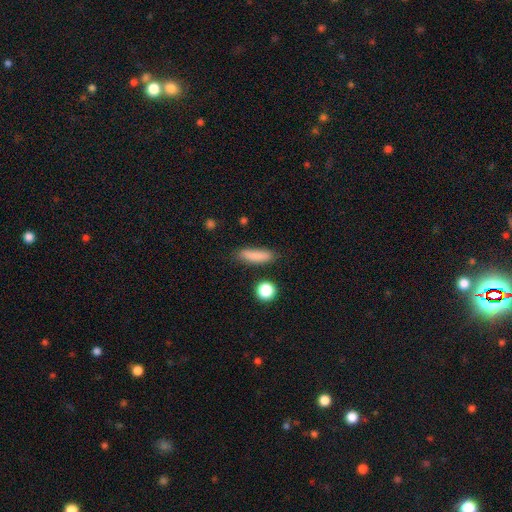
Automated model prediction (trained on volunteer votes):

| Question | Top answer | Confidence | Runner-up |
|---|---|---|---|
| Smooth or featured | smooth | 84% | star or artifact (8%) |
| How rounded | cigar-shaped | 64% | in between (32%) |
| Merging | none | 80% | minor disturbance (14%) |